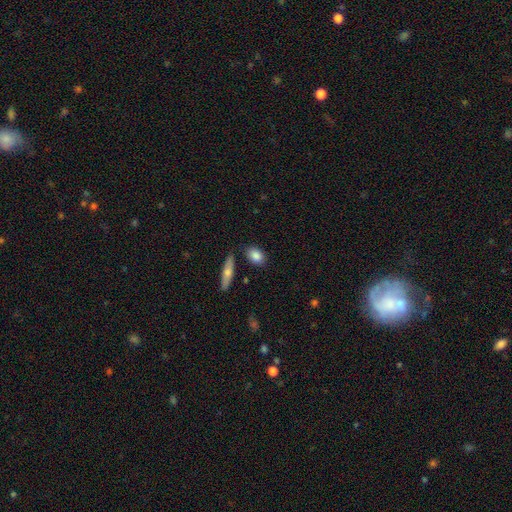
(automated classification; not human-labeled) Smooth or featured: smooth — 84% (featured or disk — 9%)
How rounded: in between — 77% (round — 17%)
Merging: none — 82% (minor disturbance — 11%)